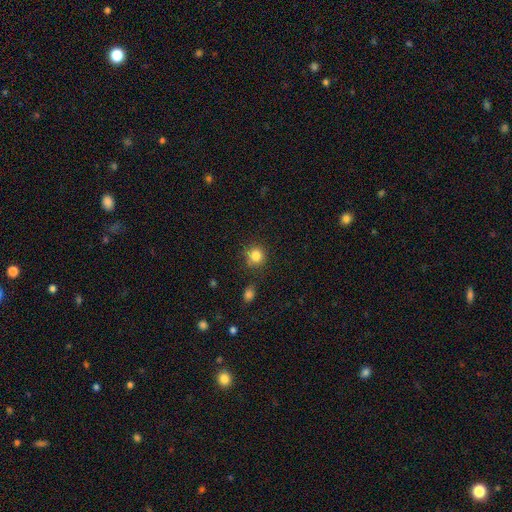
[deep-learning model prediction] smooth_or_featured: smooth (p=0.83) [alt: star or artifact p=0.12]
how_rounded: round (p=0.90) [alt: in between p=0.09]
merging: none (p=0.81) [alt: minor disturbance p=0.12]